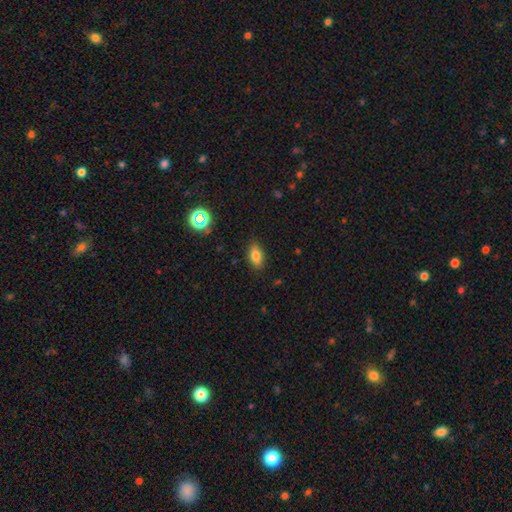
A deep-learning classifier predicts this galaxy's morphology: Smooth or featured? Predicted: smooth (p=0.79). How rounded? Predicted: in between (p=0.86). Merging? Predicted: none (p=0.86).